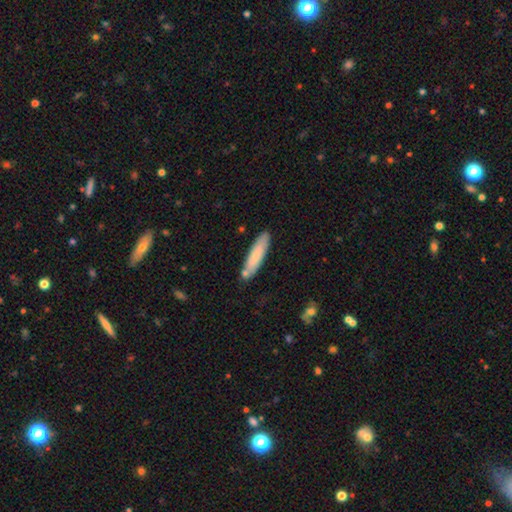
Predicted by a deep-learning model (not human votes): Morphology: type=smooth (77%); roundness=cigar-shaped (81%); merging=none (80%).